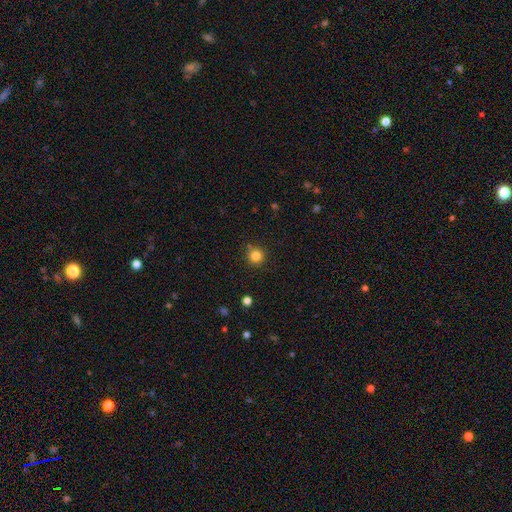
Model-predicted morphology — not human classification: Q: Smooth or featured?
A: smooth (83%); runner-up: star or artifact (12%)
Q: How rounded?
A: round (94%); runner-up: in between (5%)
Q: Merging?
A: none (84%); runner-up: minor disturbance (10%)